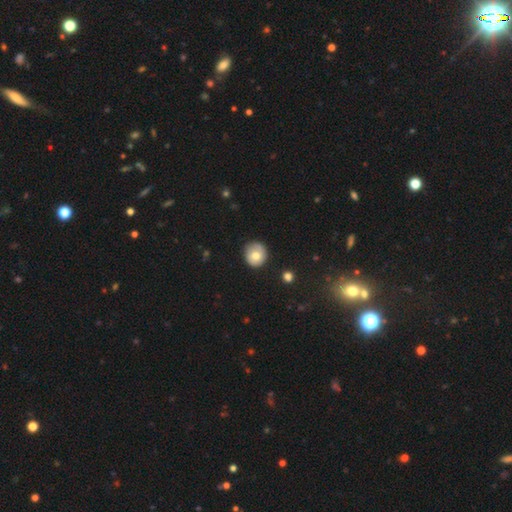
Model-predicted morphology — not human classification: A smooth galaxy with no disk features (74%) that is round (89%). Merging: none (77%).